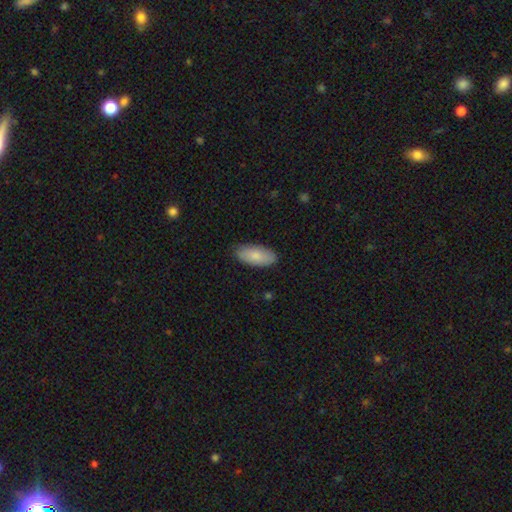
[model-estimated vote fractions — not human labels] smooth-or-featured: smooth: 84% | featured or disk: 10% | star or artifact: 6%
  how-rounded: in between: 90% | cigar-shaped: 8% | round: 2%
  merging: none: 85% | minor disturbance: 12% | major disturbance: 2% | merger: 1%